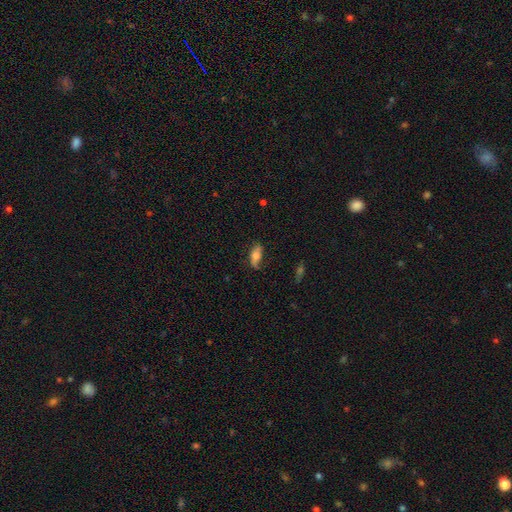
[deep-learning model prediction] This is likely a smooth galaxy (64%). How rounded: likely in between (77%). Merging: likely none (67%).